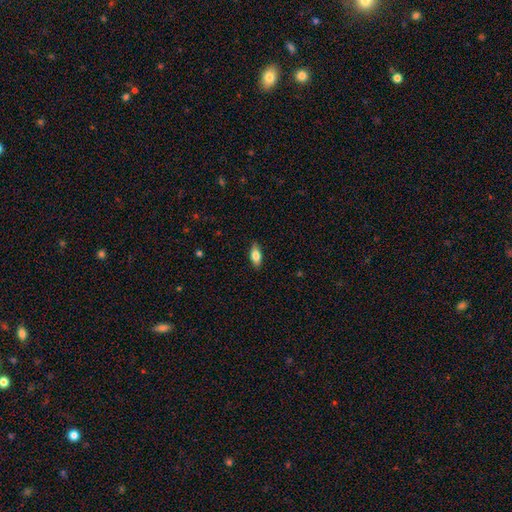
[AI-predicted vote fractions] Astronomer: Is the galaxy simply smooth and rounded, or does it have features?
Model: smooth — 76%.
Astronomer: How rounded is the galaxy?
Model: in between — 81%.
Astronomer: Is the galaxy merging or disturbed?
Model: none — 86%.